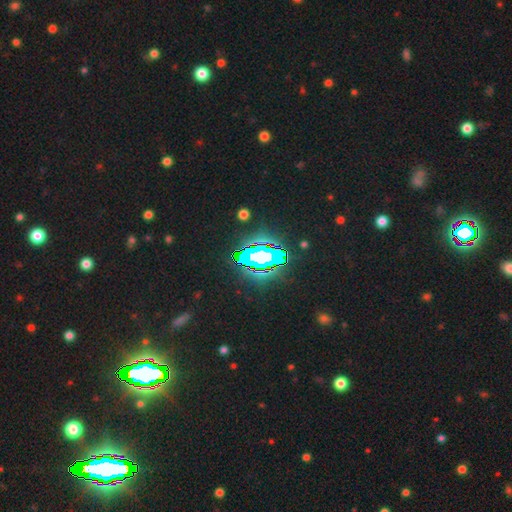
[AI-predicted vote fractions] smooth-or-featured: star or artifact: 78% | smooth: 12% | featured or disk: 10%